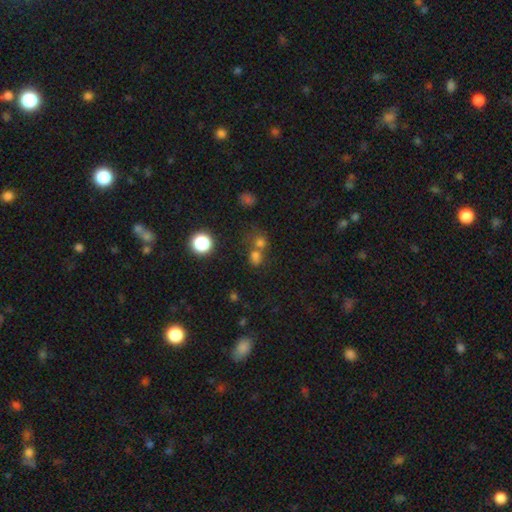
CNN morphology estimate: Q: Smooth or featured?
A: smooth (66%); runner-up: star or artifact (26%)
Q: How rounded?
A: round (66%); runner-up: in between (33%)
Q: Merging?
A: none (46%); runner-up: merger (41%)